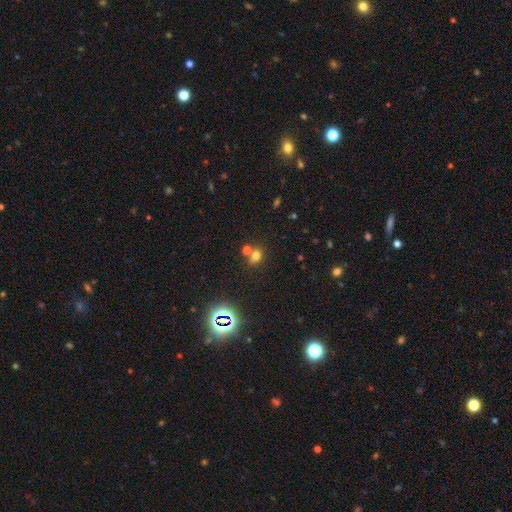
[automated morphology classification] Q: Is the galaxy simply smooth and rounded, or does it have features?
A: smooth — 63%.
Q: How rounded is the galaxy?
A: round — 54%.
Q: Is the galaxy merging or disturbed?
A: none — 52%.